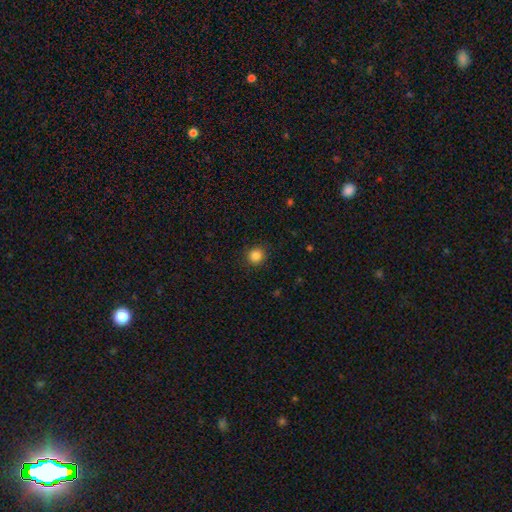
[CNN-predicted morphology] The model was most divided on "smooth or featured": smooth: 85%, star or artifact: 11%, featured or disk: 4%. More confident: how rounded — round (92%); merging — none (91%).